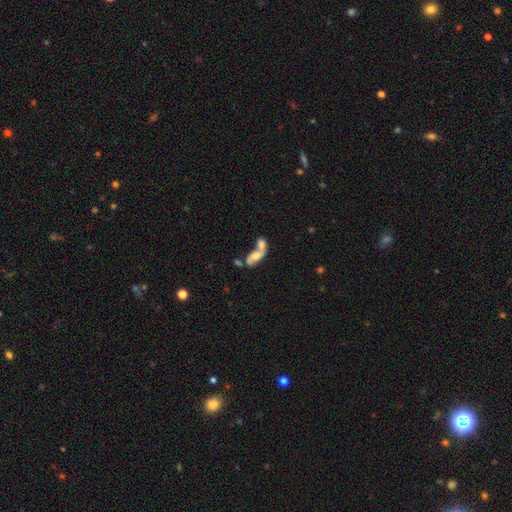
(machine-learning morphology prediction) This is possibly a featured or disk galaxy (54%). It is clearly not viewed edge-on (92%). Merging: likely merger (66%).